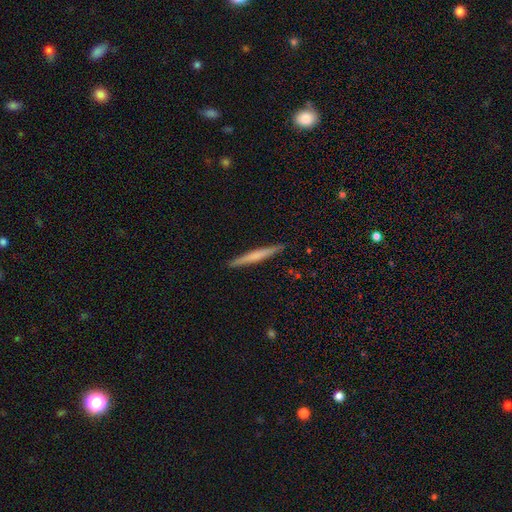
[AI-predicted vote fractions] Smooth or featured?
  - smooth: 54% *
  - featured or disk: 41%
  - star or artifact: 5%
How rounded?
  - cigar-shaped: 97% *
  - in between: 2%
  - round: 1%
Merging?
  - none: 92% *
  - minor disturbance: 6%
  - major disturbance: 1%
  - merger: 1%